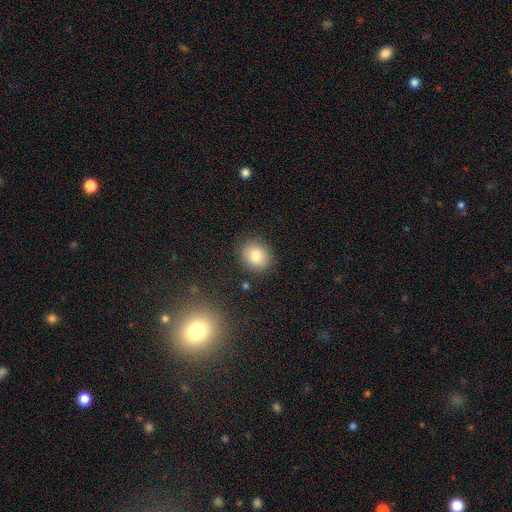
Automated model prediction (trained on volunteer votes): smooth_or_featured: smooth (p=0.83) [alt: star or artifact p=0.09]
how_rounded: round (p=0.70) [alt: in between p=0.29]
merging: none (p=0.86) [alt: minor disturbance p=0.09]